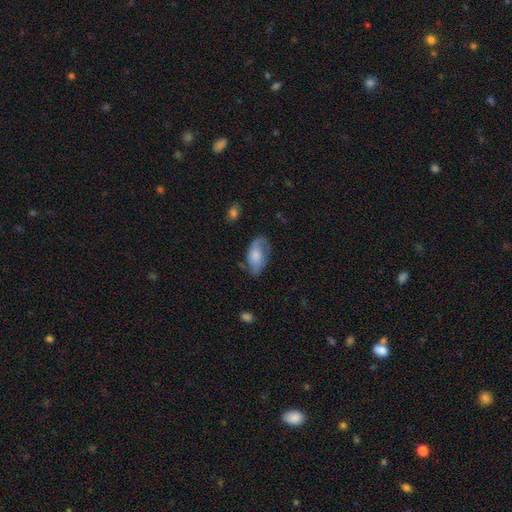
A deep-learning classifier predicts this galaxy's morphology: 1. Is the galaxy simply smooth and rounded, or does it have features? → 47% smooth, 46% featured or disk, 7% star or artifact.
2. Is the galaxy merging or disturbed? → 57% none, 27% minor disturbance, 14% major disturbance, 2% merger.